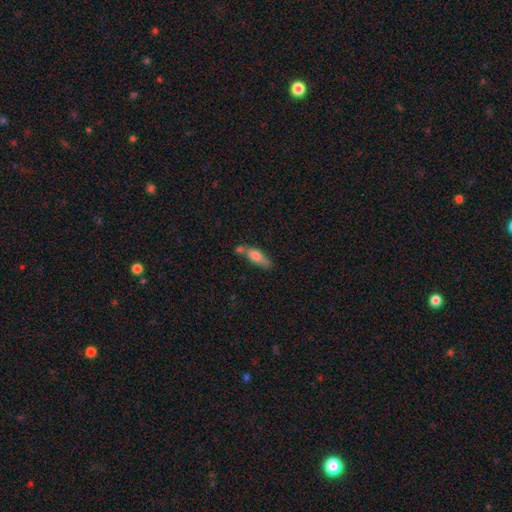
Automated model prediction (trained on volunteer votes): Morphology: type=smooth (71%); roundness=in between (54%); merging=none (43%).